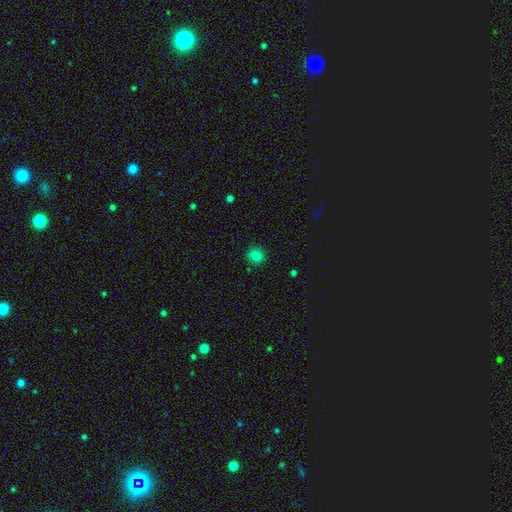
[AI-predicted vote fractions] This appears to be a smooth galaxy with no disk features (82%) that is round (86%). Merging: none (89%).